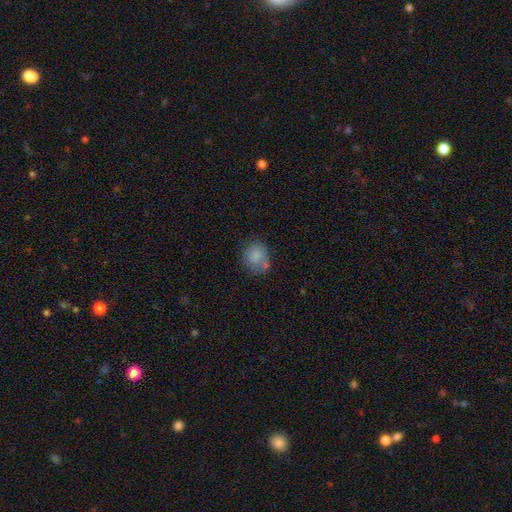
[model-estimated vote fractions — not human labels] This appears to be a smooth galaxy with no disk features (79%) that is round (66%). Merging: none (55%).